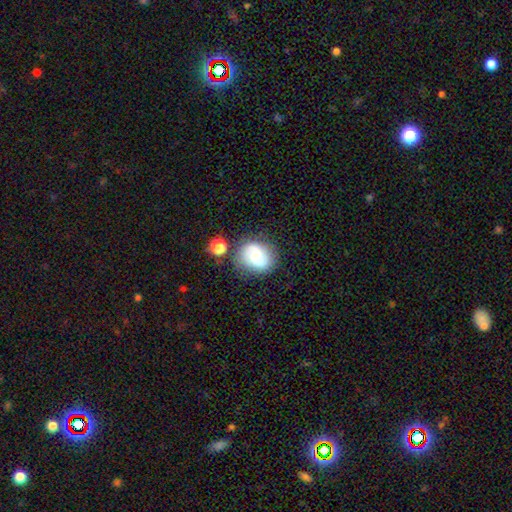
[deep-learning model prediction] Smooth or featured? featured or disk (52%)
Edge-on disk? no (97%)
Bar? no (56%)
Spiral arms? yes (86%)
Bulge size? moderate (53%)
Merging? none (69%)